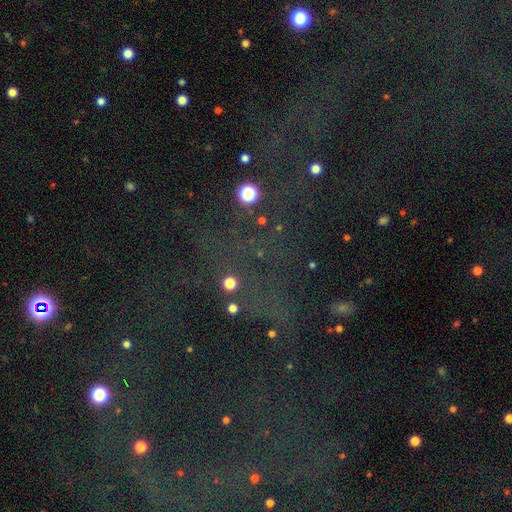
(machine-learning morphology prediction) Overall: star or artifact (78%).